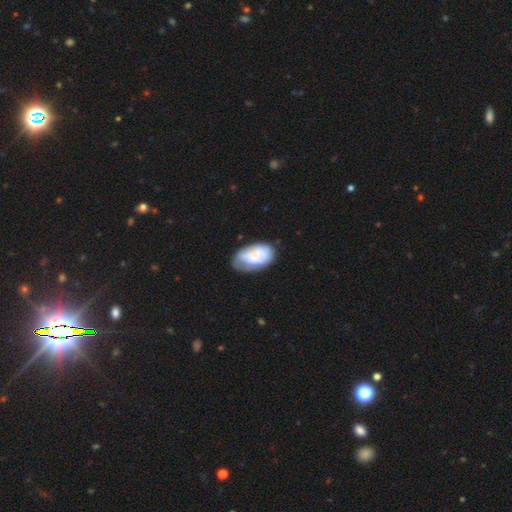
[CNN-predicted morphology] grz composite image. It shows a smooth galaxy with no disk features (55%) that is in between round and cigar-shaped (93%). Merging: none (46%).